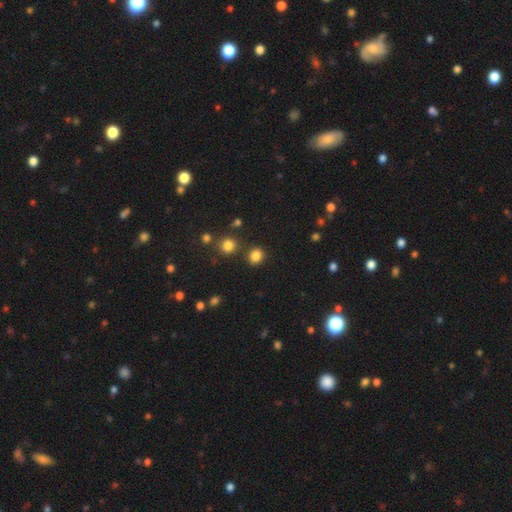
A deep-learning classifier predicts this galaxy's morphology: type=smooth (83%); roundness=round (71%); merging=none (82%).